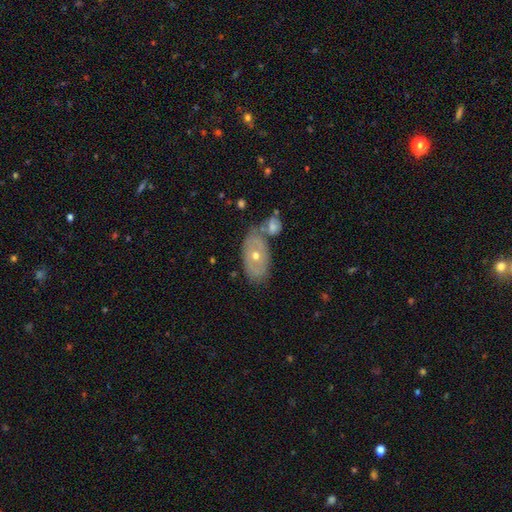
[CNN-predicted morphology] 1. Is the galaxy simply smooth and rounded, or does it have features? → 51% featured or disk, 41% smooth, 8% star or artifact.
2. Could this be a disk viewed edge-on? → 88% no, 12% yes.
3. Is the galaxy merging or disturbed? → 56% none, 24% merger, 15% minor disturbance, 5% major disturbance.